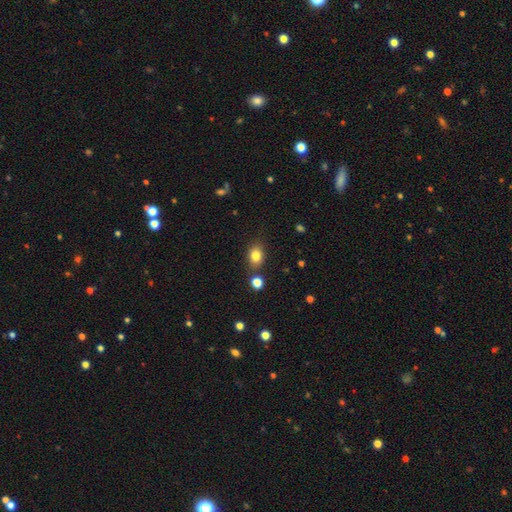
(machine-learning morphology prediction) Smooth or featured? Predicted: smooth (p=0.82). How rounded? Predicted: in between (p=0.64). Merging? Predicted: none (p=0.78).